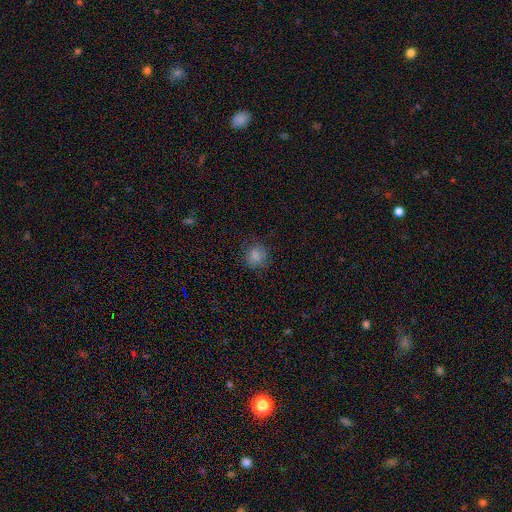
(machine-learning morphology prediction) Overall: smooth (81%). How rounded: round (83%). Merging: none (82%).